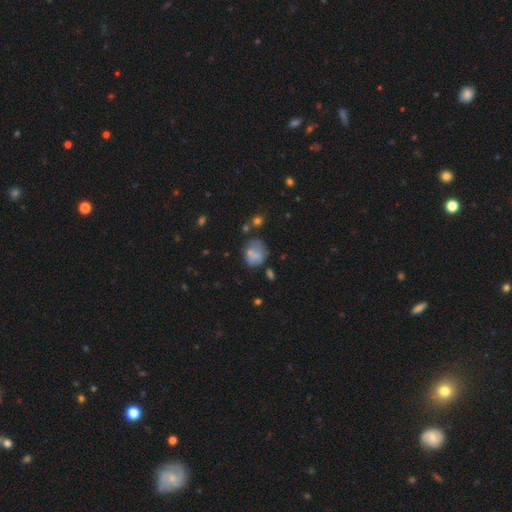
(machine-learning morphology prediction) smooth-or-featured: smooth: 67% | featured or disk: 22% | star or artifact: 11%
  how-rounded: round: 65% | in between: 34% | cigar-shaped: 1%
  merging: none: 45% | minor disturbance: 27% | major disturbance: 16% | merger: 12%